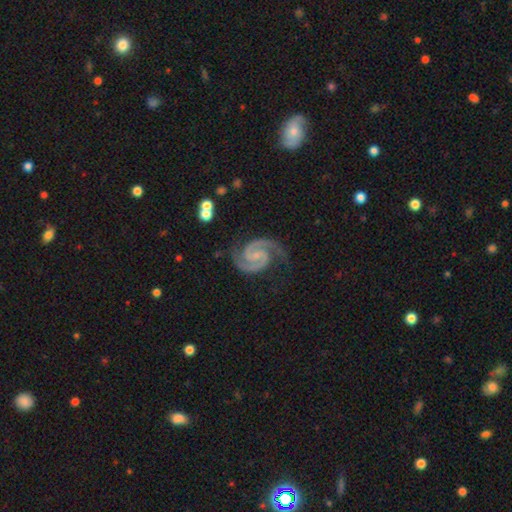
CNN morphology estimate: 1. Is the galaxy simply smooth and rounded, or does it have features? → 94% featured or disk, 4% star or artifact, 2% smooth.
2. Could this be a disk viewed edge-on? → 99% no, 1% yes.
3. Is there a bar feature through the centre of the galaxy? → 42% no, 41% weak, 16% strong.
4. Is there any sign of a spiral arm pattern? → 99% yes, 1% no.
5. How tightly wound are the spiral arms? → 51% medium, 42% tight, 6% loose.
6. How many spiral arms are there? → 94% 2, 2% 3, 1% can't tell, 1% 1, 1% 4, 1% more than 4.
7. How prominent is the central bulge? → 58% small, 26% none, 14% moderate, 1% large, 1% dominant.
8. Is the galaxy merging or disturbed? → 79% none, 15% minor disturbance, 5% major disturbance, 2% merger.